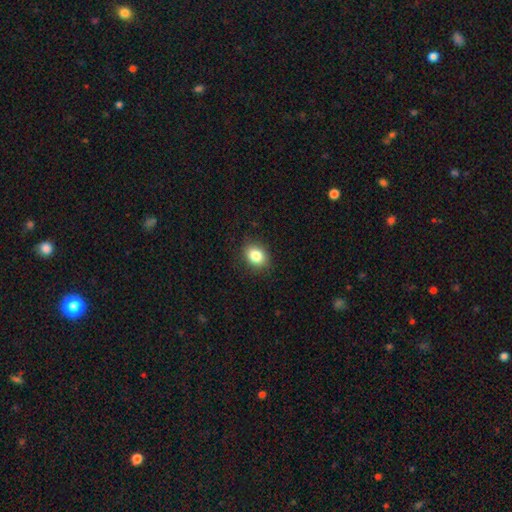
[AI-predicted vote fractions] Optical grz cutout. It shows a smooth galaxy with no disk features (83%) that is in between round and cigar-shaped (57%). Merging: none (87%).